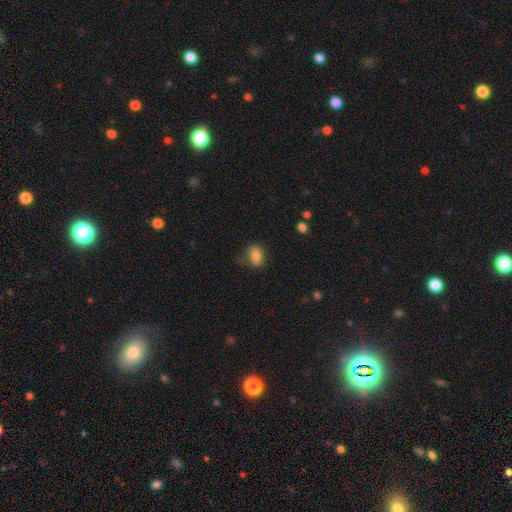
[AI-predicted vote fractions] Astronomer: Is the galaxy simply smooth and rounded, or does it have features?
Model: smooth — 83%.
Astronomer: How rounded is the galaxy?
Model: in between — 70%.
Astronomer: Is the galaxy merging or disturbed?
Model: none — 75%.